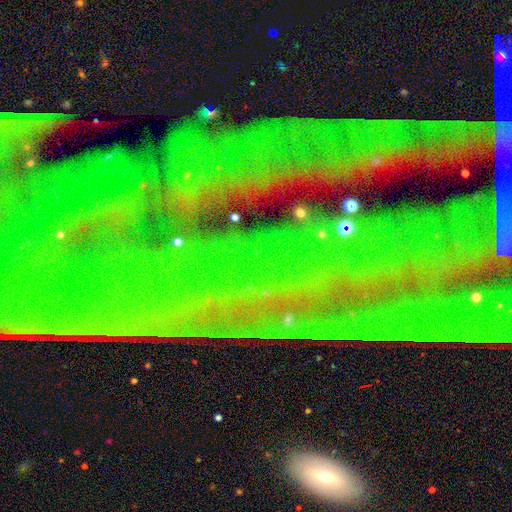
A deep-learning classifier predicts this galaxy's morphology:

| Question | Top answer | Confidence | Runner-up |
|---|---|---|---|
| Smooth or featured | star or artifact | 78% | featured or disk (14%) |